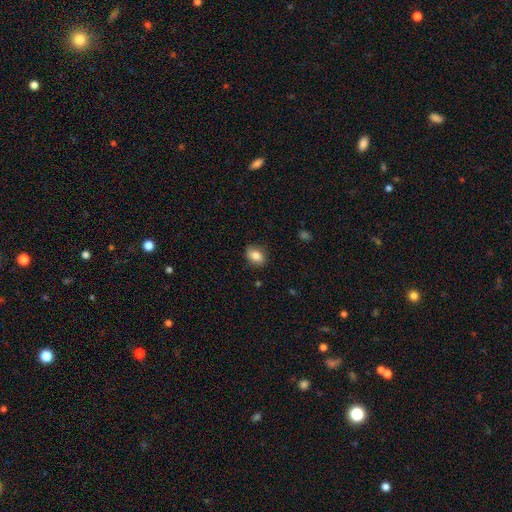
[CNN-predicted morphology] type=smooth (83%); roundness=in between (76%); merging=none (81%).